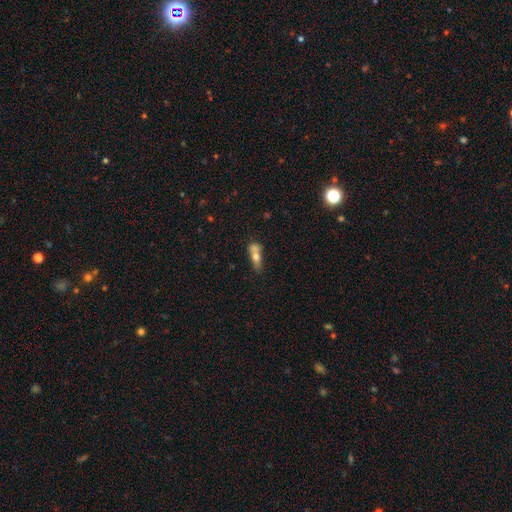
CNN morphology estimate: A smooth galaxy with no disk features (64%) that is in between round and cigar-shaped (59%).

Vote fractions:
- Smooth or featured? smooth: 64% / featured or disk: 26% / star or artifact: 9%
- How rounded? in between: 59% / cigar-shaped: 31% / round: 10%
- Merging? merger: 45% / none: 31% / minor disturbance: 16% / major disturbance: 9%